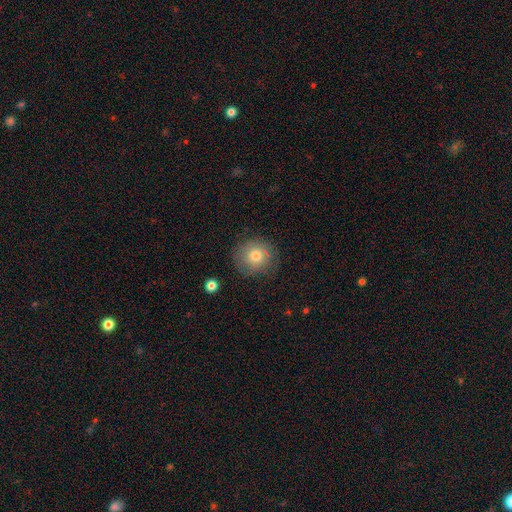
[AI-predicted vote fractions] This appears to be a smooth galaxy with no disk features (75%) that is round (91%). Merging: none (81%).